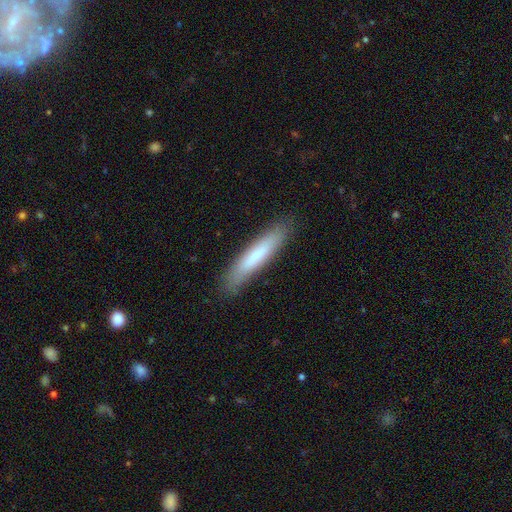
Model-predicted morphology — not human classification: This is likely a smooth galaxy (69%). How rounded: clearly cigar-shaped (87%). Merging: clearly none (88%).